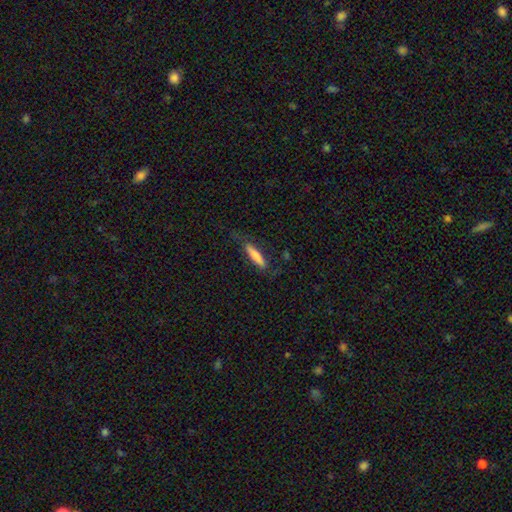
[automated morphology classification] Smooth or featured?
  - smooth: 74% *
  - featured or disk: 20%
  - star or artifact: 6%
How rounded?
  - cigar-shaped: 83% *
  - in between: 16%
  - round: 2%
Merging?
  - none: 72% *
  - minor disturbance: 19%
  - major disturbance: 8%
  - merger: 2%